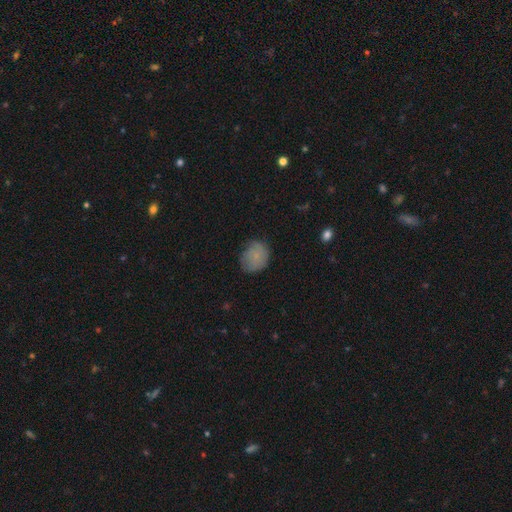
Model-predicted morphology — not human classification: Smooth or featured? smooth (76%)
How rounded? round (59%)
Merging? none (66%)